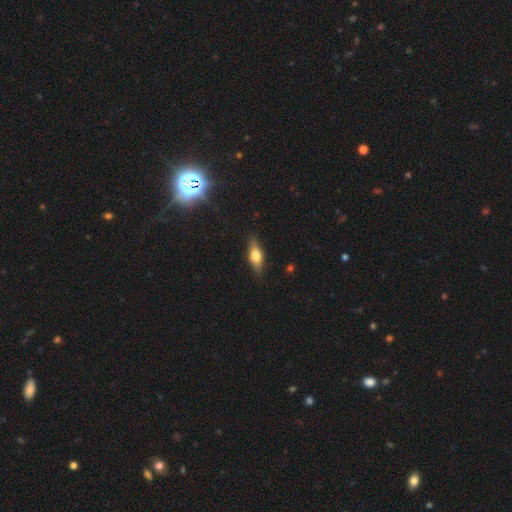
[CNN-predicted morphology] Smooth or featured?
  - smooth: 55% *
  - featured or disk: 37%
  - star or artifact: 8%
How rounded?
  - in between: 64% *
  - cigar-shaped: 32%
  - round: 5%
Merging?
  - none: 84% *
  - minor disturbance: 12%
  - major disturbance: 3%
  - merger: 1%